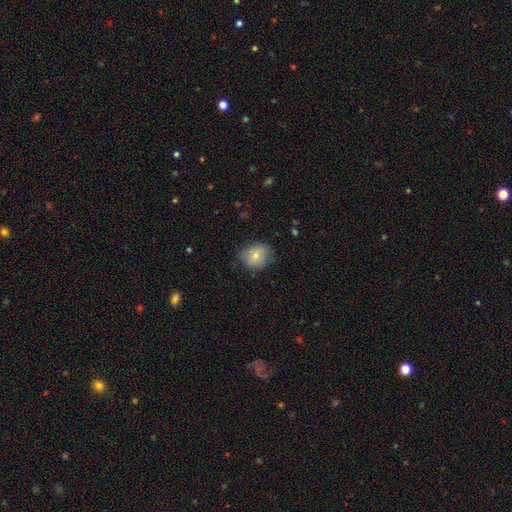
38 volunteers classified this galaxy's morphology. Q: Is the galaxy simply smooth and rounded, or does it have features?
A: smooth — 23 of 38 (61%).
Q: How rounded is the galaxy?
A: round — 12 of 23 (52%).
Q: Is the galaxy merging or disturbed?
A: none — 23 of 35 (66%).